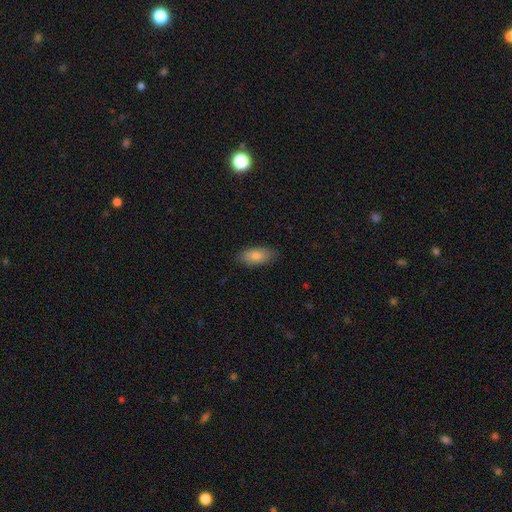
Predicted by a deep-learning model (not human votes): Smooth or featured: smooth — 80% (featured or disk — 12%)
How rounded: in between — 88% (cigar-shaped — 9%)
Merging: none — 85% (minor disturbance — 12%)